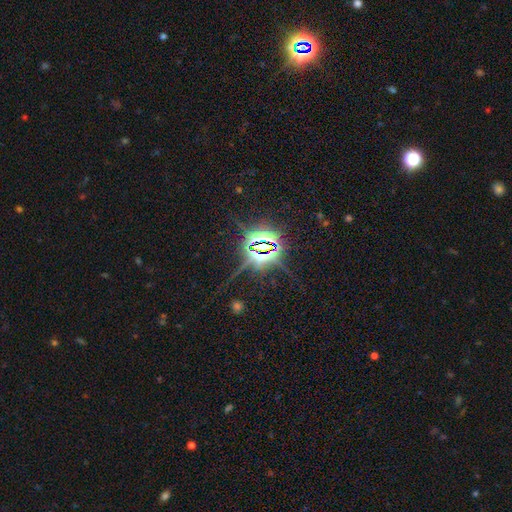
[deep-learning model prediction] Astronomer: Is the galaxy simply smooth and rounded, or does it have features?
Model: star or artifact — 85%.